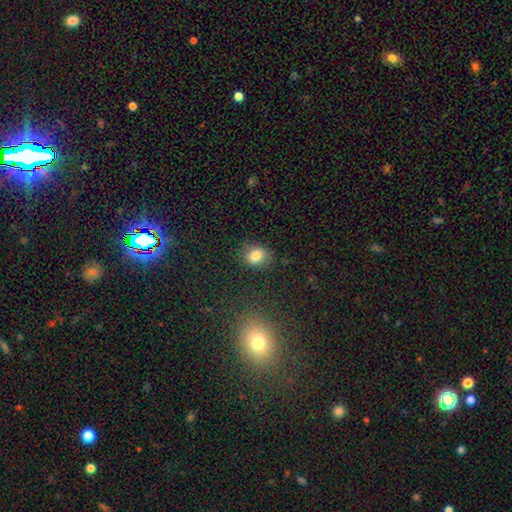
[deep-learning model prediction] This is clearly a smooth galaxy (82%). How rounded: likely round (64%). Merging: clearly none (83%).